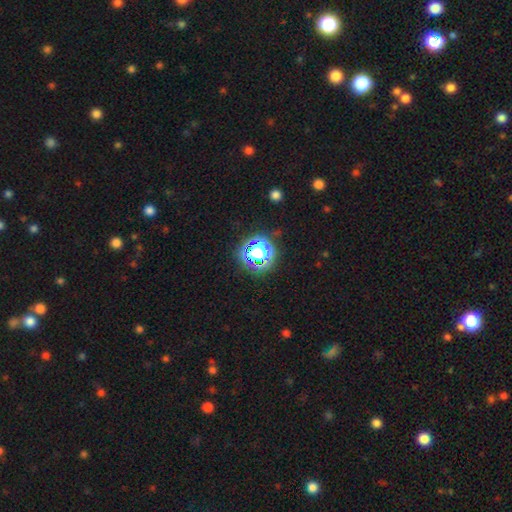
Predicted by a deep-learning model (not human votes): smooth-or-featured: star or artifact: 46% | smooth: 42% | featured or disk: 12%